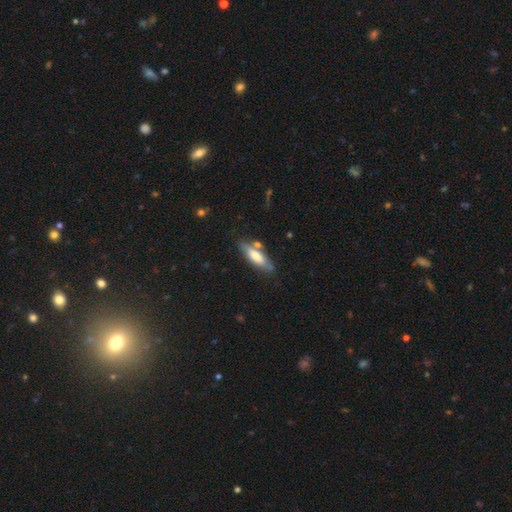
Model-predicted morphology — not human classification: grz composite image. It shows a smooth galaxy with no disk features (61%) that is cigar-shaped (54%). Merging: none (71%).